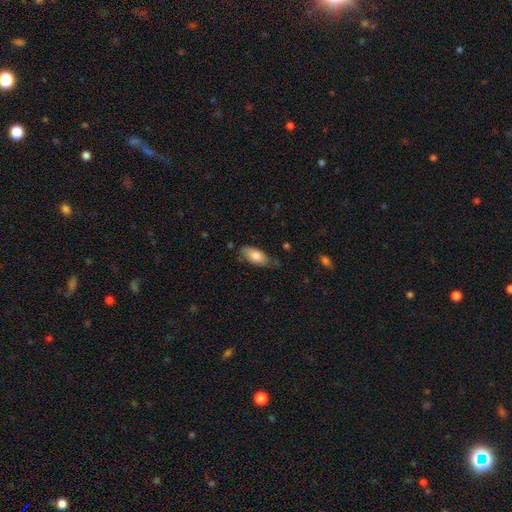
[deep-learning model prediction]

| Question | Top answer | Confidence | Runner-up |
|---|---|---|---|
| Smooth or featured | smooth | 77% | featured or disk (16%) |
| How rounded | in between | 89% | cigar-shaped (8%) |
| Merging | none | 69% | minor disturbance (25%) |